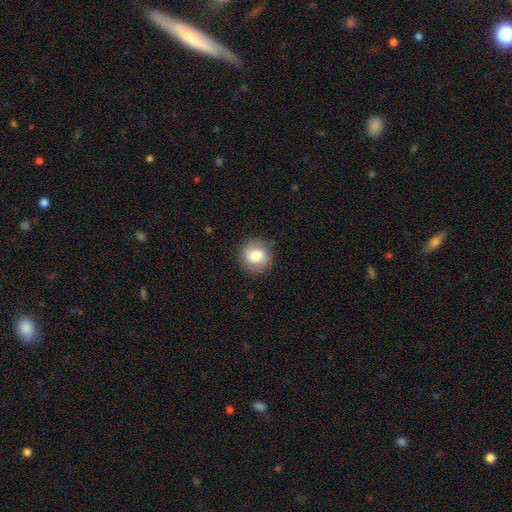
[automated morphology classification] Smooth or featured?
  - smooth: 77% *
  - featured or disk: 15%
  - star or artifact: 8%
How rounded?
  - round: 88% *
  - in between: 11%
  - cigar-shaped: 1%
Merging?
  - none: 83% *
  - minor disturbance: 13%
  - major disturbance: 4%
  - merger: 1%